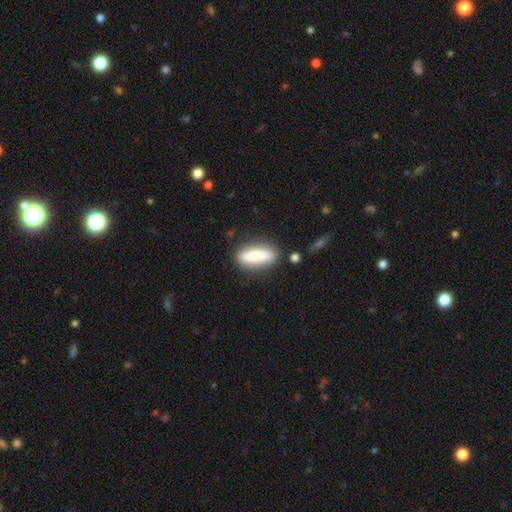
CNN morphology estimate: Smooth or featured: smooth — 79% (featured or disk — 15%)
How rounded: cigar-shaped — 50% (in between — 48%)
Merging: none — 81% (minor disturbance — 12%)